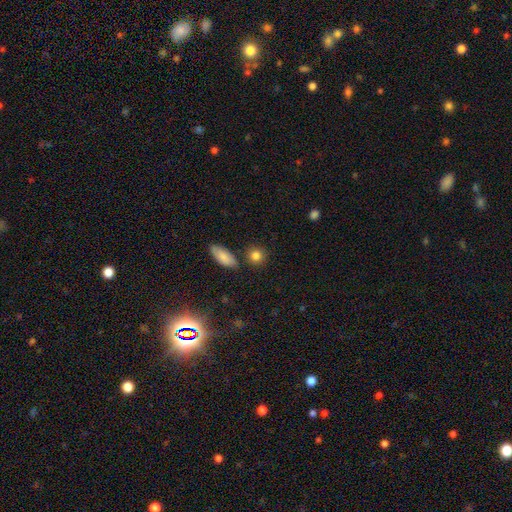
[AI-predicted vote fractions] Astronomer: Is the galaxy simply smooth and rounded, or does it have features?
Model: smooth — 85%.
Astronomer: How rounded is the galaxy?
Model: round — 85%.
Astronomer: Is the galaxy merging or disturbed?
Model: none — 82%.